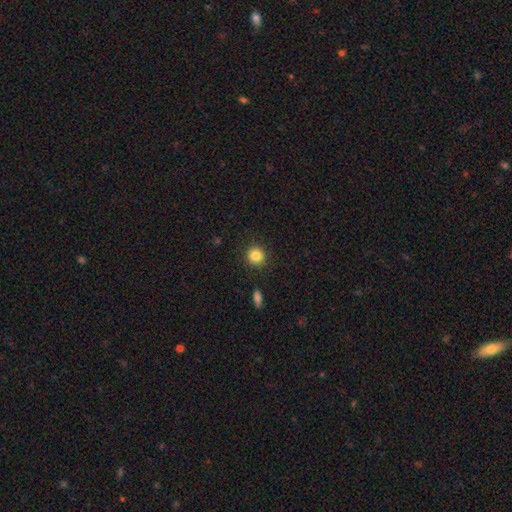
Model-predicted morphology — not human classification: Smooth or featured?
  - smooth: 84% *
  - star or artifact: 10%
  - featured or disk: 5%
How rounded?
  - round: 90% *
  - in between: 9%
  - cigar-shaped: 1%
Merging?
  - none: 90% *
  - minor disturbance: 6%
  - major disturbance: 2%
  - merger: 2%